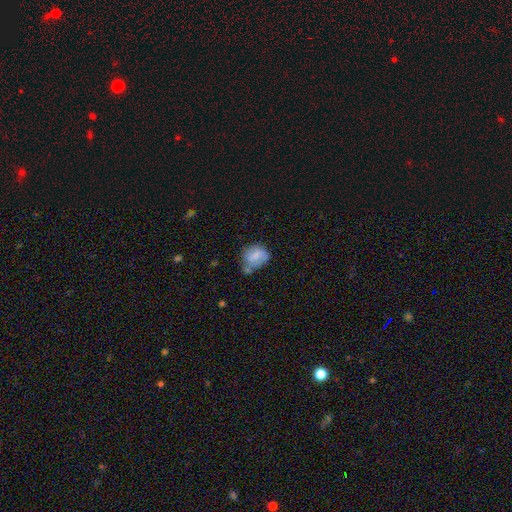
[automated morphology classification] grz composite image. It shows a smooth galaxy with no disk features (67%) that is round (52%). Merging: none (38%).